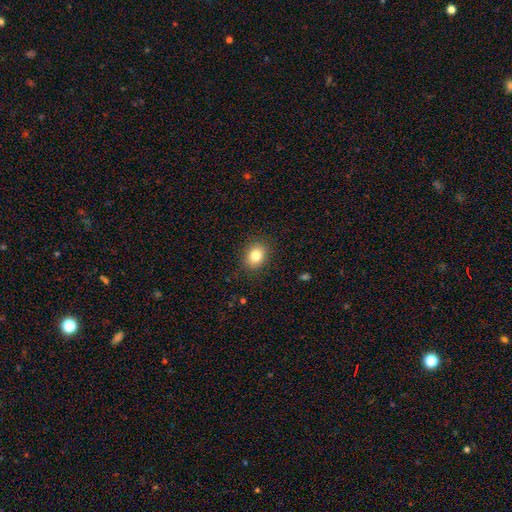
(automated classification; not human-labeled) Q: Smooth or featured?
A: smooth (82%); runner-up: star or artifact (10%)
Q: How rounded?
A: round (51%); runner-up: in between (48%)
Q: Merging?
A: none (88%); runner-up: minor disturbance (9%)